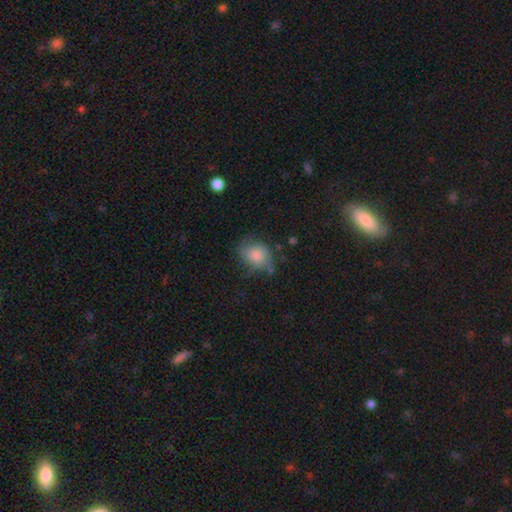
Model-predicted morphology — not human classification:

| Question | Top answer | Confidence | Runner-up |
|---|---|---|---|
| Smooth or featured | smooth | 63% | featured or disk (26%) |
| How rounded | in between | 50% | round (49%) |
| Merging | none | 59% | minor disturbance (27%) |